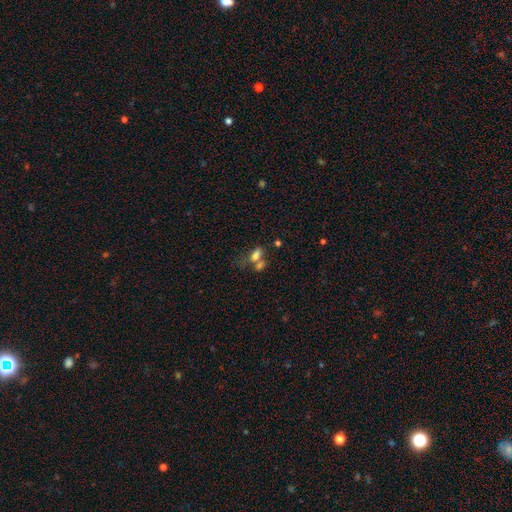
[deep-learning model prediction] Smooth or featured: smooth — 71% (featured or disk — 15%)
How rounded: in between — 80% (round — 12%)
Merging: merger — 50% (none — 29%)